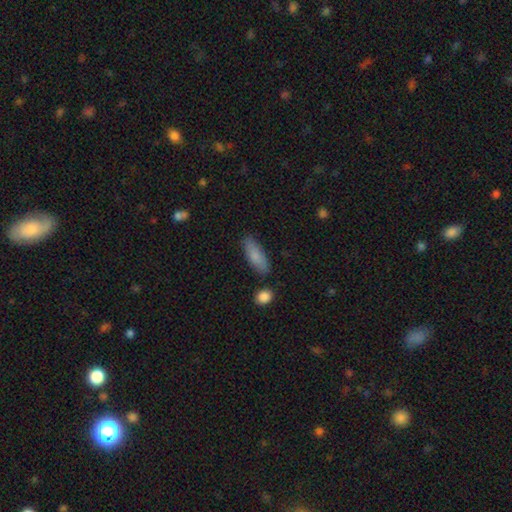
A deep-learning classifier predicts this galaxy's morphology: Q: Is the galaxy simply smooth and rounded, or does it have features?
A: smooth — 83%.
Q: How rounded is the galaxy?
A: in between — 62%.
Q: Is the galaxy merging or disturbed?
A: none — 80%.